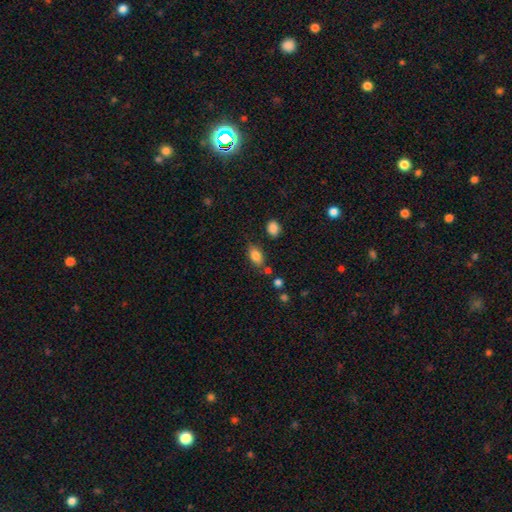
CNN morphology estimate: This is clearly a smooth galaxy (83%). How rounded: clearly in between (87%). Merging: likely none (71%).